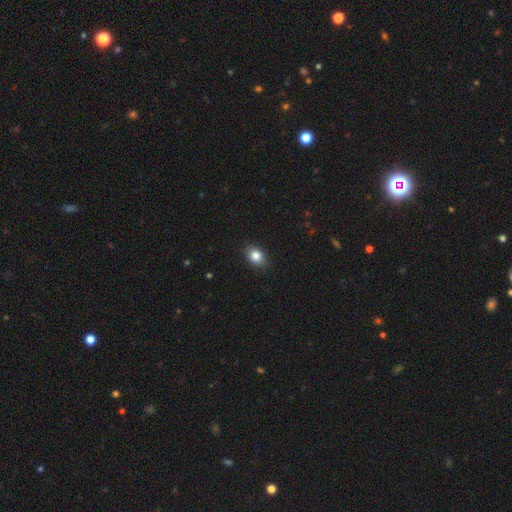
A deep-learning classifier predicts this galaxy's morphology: A smooth galaxy with no disk features (84%) that is in between round and cigar-shaped (64%). Merging: none (87%).